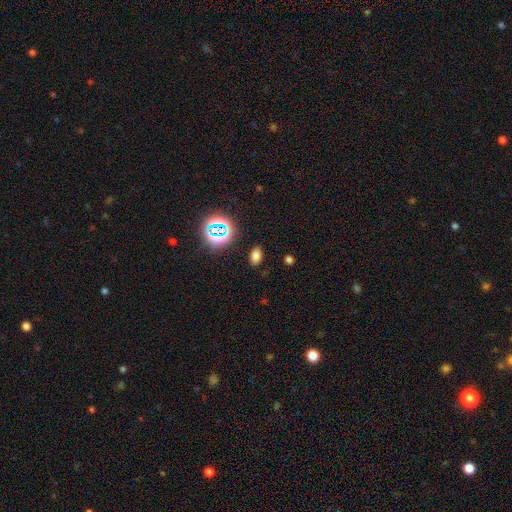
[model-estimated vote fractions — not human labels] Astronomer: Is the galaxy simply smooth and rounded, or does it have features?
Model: smooth — 70%.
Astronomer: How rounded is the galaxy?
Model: in between — 86%.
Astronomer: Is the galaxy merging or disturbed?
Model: none — 86%.